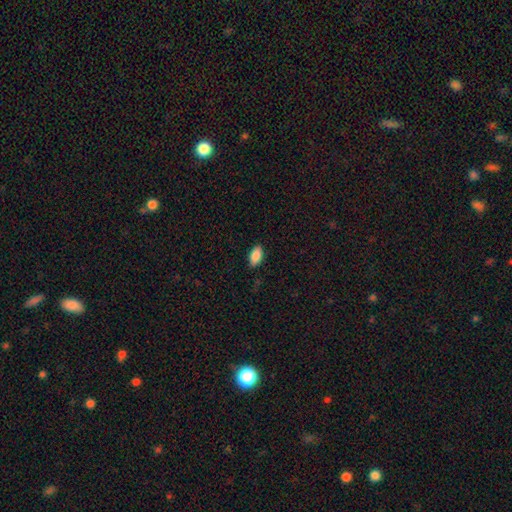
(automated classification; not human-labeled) Q: Smooth or featured?
A: smooth (87%); runner-up: star or artifact (7%)
Q: How rounded?
A: in between (93%); runner-up: cigar-shaped (4%)
Q: Merging?
A: none (87%); runner-up: minor disturbance (10%)